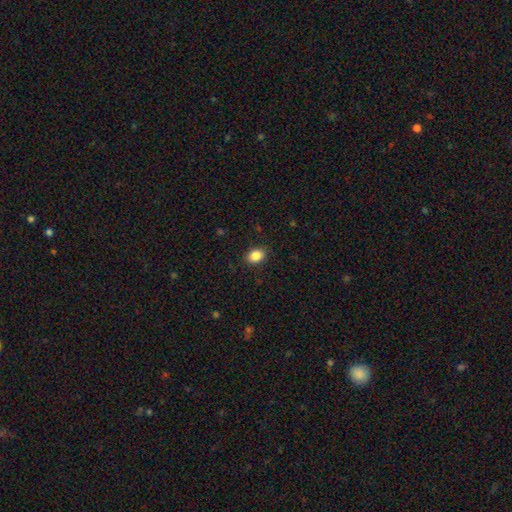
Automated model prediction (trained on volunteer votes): smooth-or-featured: smooth: 87% | star or artifact: 9% | featured or disk: 4%
  how-rounded: in between: 68% | round: 31% | cigar-shaped: 1%
  merging: none: 88% | minor disturbance: 8% | major disturbance: 2% | merger: 1%